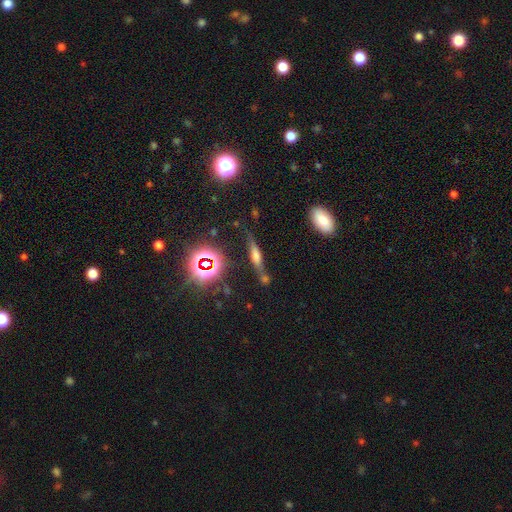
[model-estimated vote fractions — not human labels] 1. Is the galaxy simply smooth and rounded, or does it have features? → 45% featured or disk, 33% smooth, 23% star or artifact.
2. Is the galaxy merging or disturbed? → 63% none, 18% minor disturbance, 11% merger, 7% major disturbance.